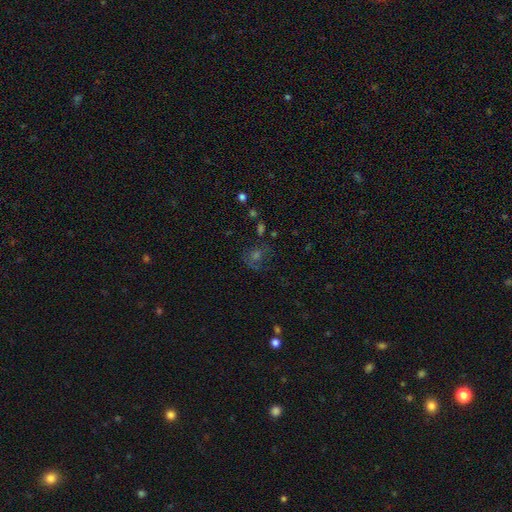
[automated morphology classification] smooth_or_featured: star or artifact (p=0.35) [alt: featured or disk p=0.33]